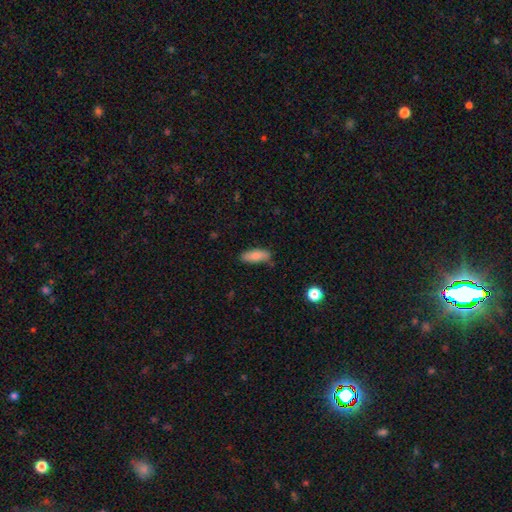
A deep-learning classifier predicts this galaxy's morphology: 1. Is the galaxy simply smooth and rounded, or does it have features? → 84% smooth, 9% featured or disk, 7% star or artifact.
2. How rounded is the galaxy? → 71% in between, 27% cigar-shaped, 2% round.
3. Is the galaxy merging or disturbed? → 72% none, 21% minor disturbance, 4% major disturbance, 3% merger.